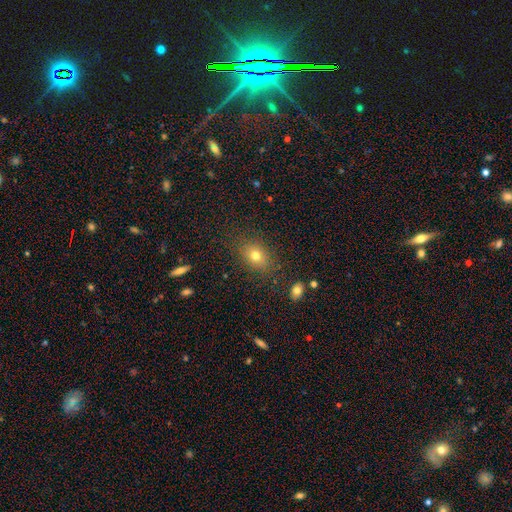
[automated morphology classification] Q: Smooth or featured?
A: smooth (75%); runner-up: star or artifact (14%)
Q: How rounded?
A: in between (64%); runner-up: round (34%)
Q: Merging?
A: none (83%); runner-up: minor disturbance (11%)